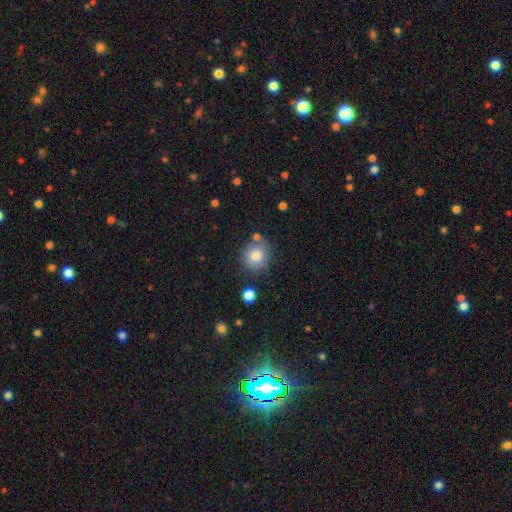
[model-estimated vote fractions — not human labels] The model was most divided on "merging": none: 76%, minor disturbance: 12%, merger: 8%, major disturbance: 3%. More confident: how rounded — round (87%); smooth or featured — smooth (81%).